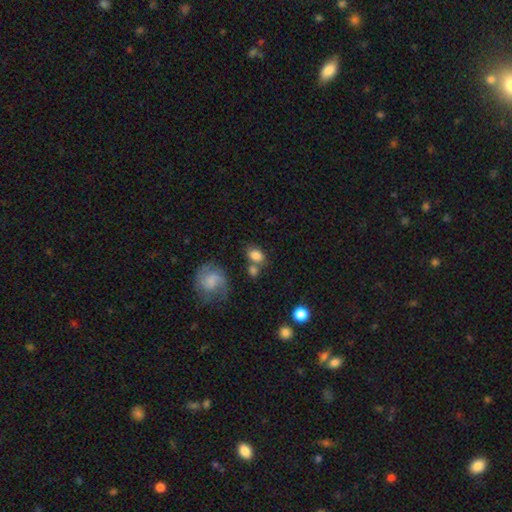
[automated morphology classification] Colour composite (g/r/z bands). It shows a smooth galaxy with no disk features (79%) that is in between round and cigar-shaped (73%). Merging: none (50%).